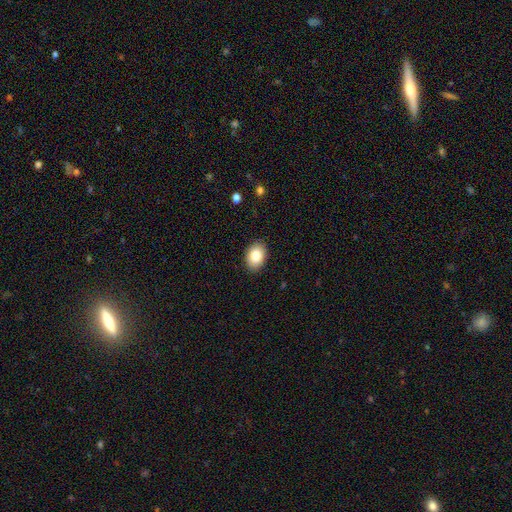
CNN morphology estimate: Q: Smooth or featured?
A: smooth (83%); runner-up: featured or disk (9%)
Q: How rounded?
A: in between (79%); runner-up: round (20%)
Q: Merging?
A: none (89%); runner-up: minor disturbance (8%)